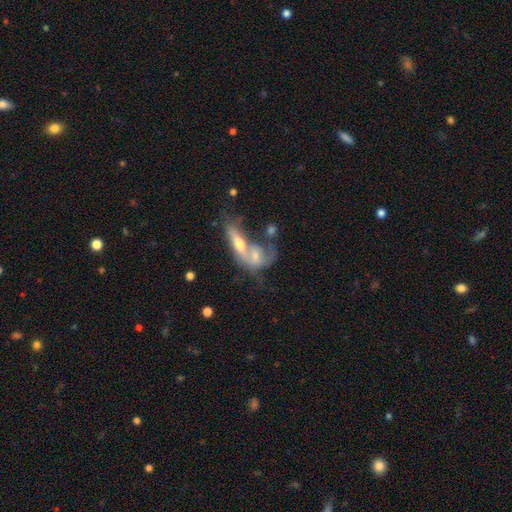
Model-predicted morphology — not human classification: Smooth or featured? Predicted: featured or disk (p=0.49). Merging? Predicted: merger (p=0.67).